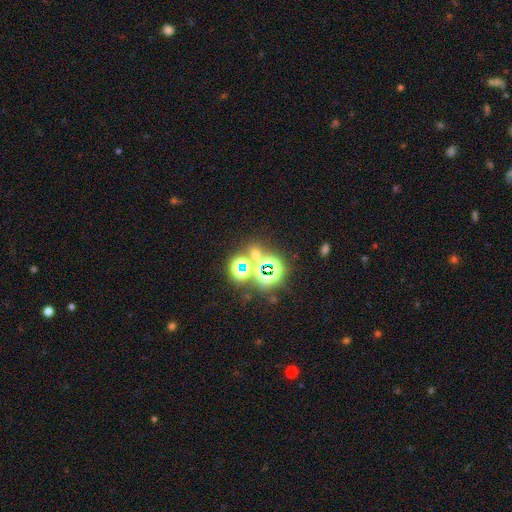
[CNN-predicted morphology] star or artifact 65%, smooth 26%, featured or disk 9%.